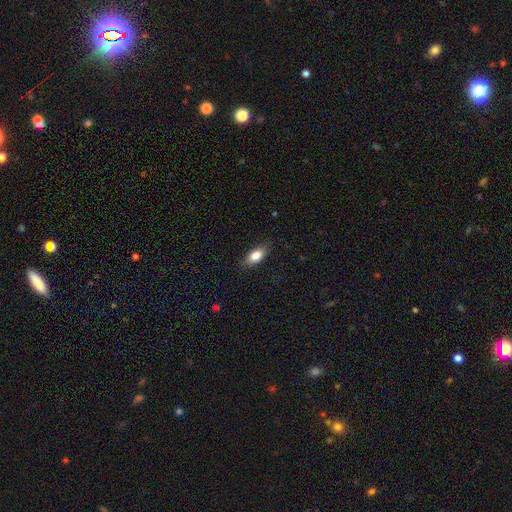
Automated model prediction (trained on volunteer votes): Smooth or featured: smooth — 80% (featured or disk — 12%)
How rounded: in between — 83% (cigar-shaped — 12%)
Merging: none — 81% (minor disturbance — 14%)